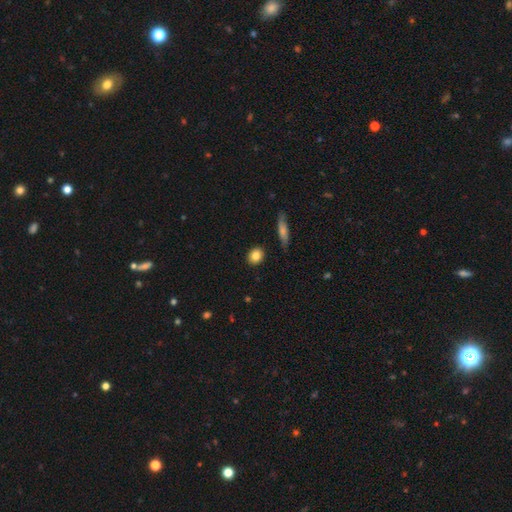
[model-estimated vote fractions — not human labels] Smooth or featured? smooth (84%)
How rounded? round (65%)
Merging? none (89%)